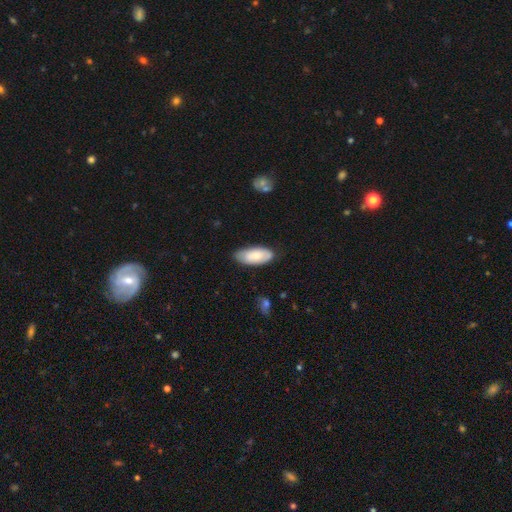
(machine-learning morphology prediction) This appears to be a smooth galaxy with no disk features (72%) that is in between round and cigar-shaped (89%). Merging: none (75%).